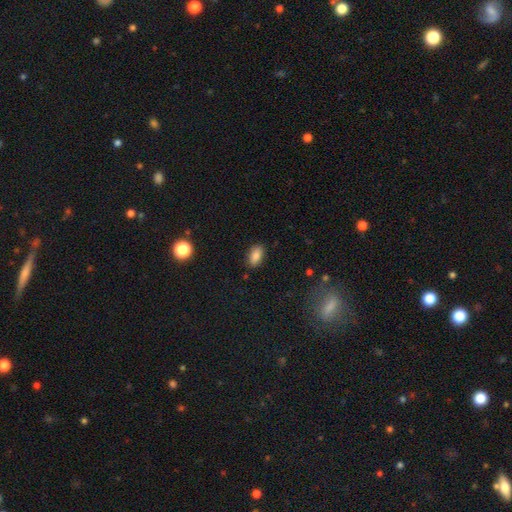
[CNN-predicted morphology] smooth 84%, star or artifact 9%, featured or disk 6%. Down the decision tree: how rounded — in between (90%); merging — none (86%).